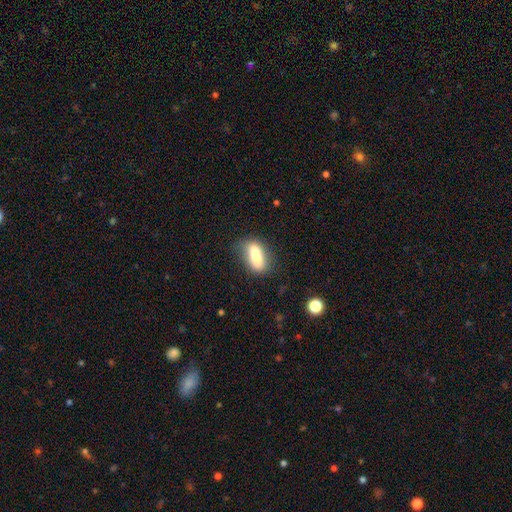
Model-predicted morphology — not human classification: A smooth galaxy with no disk features (78%) that is in between round and cigar-shaped (61%).

Vote fractions:
- Smooth or featured? smooth: 78% / featured or disk: 14% / star or artifact: 8%
- How rounded? in between: 61% / cigar-shaped: 35% / round: 4%
- Merging? none: 73% / minor disturbance: 18% / major disturbance: 6% / merger: 2%